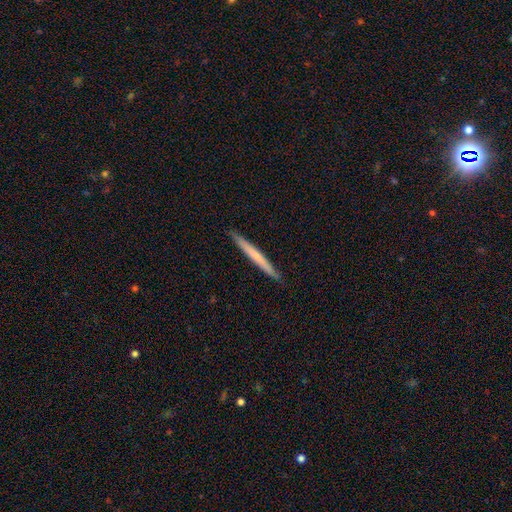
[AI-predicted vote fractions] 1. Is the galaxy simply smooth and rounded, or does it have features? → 57% smooth, 38% featured or disk, 5% star or artifact.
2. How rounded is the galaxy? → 97% cigar-shaped, 2% in between, 1% round.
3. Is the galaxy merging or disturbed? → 92% none, 6% minor disturbance, 1% major disturbance, 1% merger.